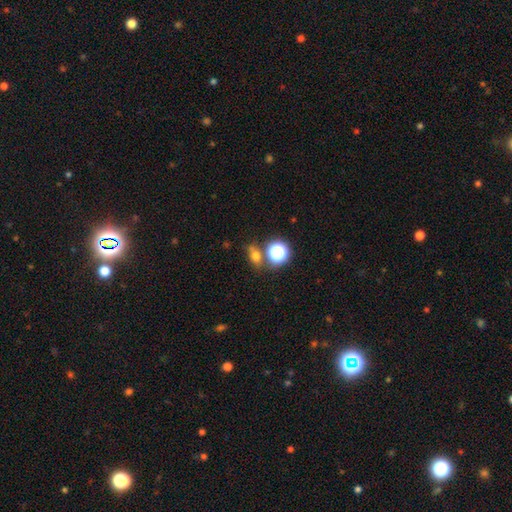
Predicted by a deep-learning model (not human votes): This is likely a smooth galaxy (63%). How rounded: possibly in between (52%). Merging: likely none (69%).